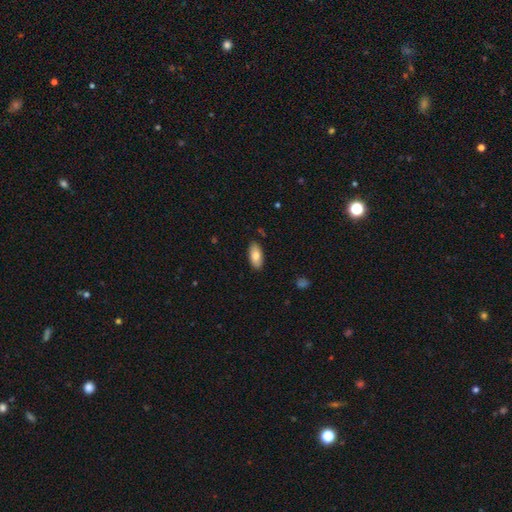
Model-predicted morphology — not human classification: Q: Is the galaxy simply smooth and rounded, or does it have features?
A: smooth — 81%.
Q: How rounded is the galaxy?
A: in between — 91%.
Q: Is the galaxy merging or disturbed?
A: none — 86%.